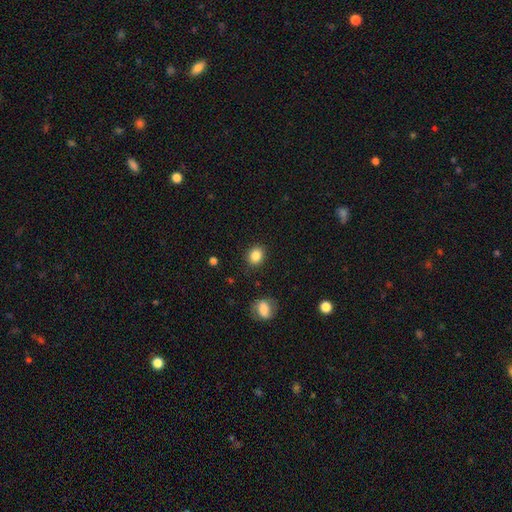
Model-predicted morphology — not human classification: This appears to be a smooth galaxy with no disk features (85%) that is round (66%). Merging: none (88%).